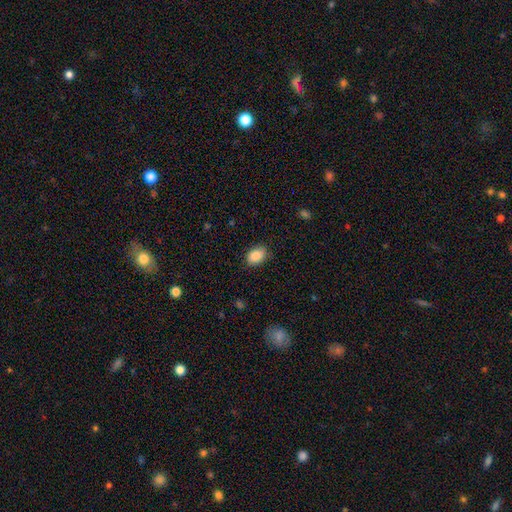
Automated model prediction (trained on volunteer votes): smooth-or-featured: smooth: 88% | star or artifact: 8% | featured or disk: 5%
  how-rounded: in between: 77% | round: 22% | cigar-shaped: 1%
  merging: none: 85% | minor disturbance: 11% | major disturbance: 3% | merger: 1%